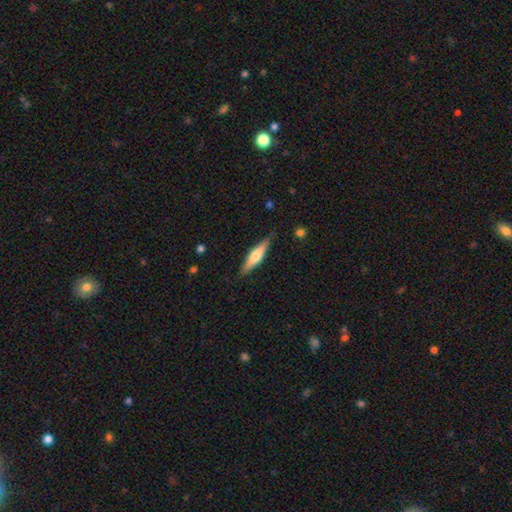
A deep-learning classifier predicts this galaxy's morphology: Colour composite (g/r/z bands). It shows a featured or disk galaxy (52%) viewed edge-on (94%). Merging: none (87%).